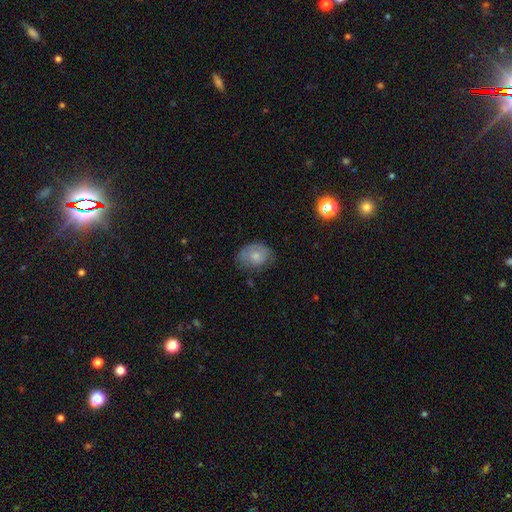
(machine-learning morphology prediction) Smooth or featured? smooth (71%)
How rounded? in between (67%)
Merging? none (60%)